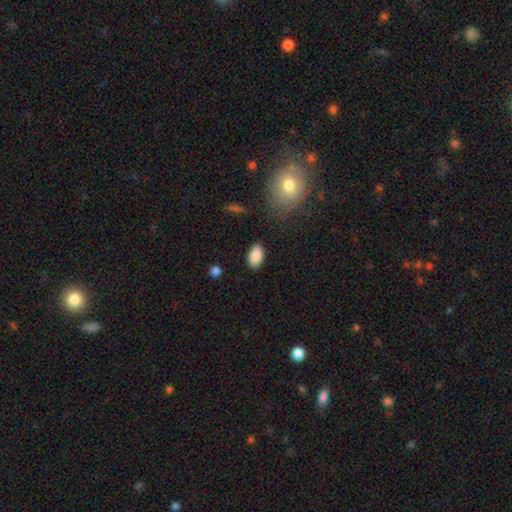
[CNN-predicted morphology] smooth 89%, star or artifact 7%, featured or disk 4%. Down the decision tree: how rounded — in between (93%); merging — none (86%).